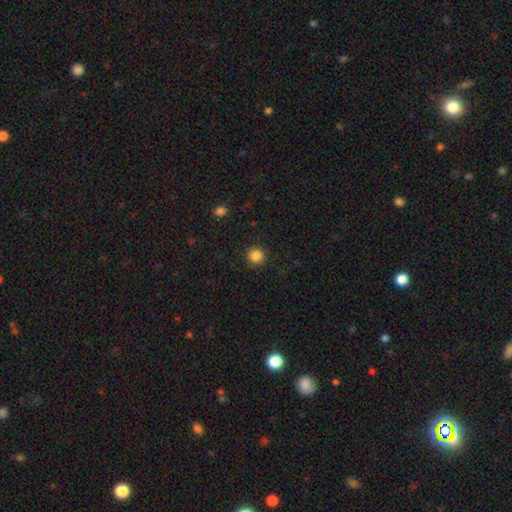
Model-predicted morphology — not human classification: Overall: smooth (86%). How rounded: round (94%). Merging: none (91%).